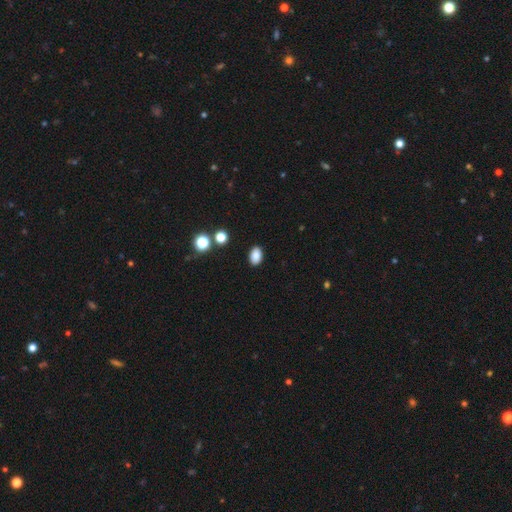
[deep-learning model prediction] smooth_or_featured: smooth (p=0.86) [alt: star or artifact p=0.10]
how_rounded: in between (p=0.87) [alt: round p=0.12]
merging: none (p=0.89) [alt: minor disturbance p=0.07]